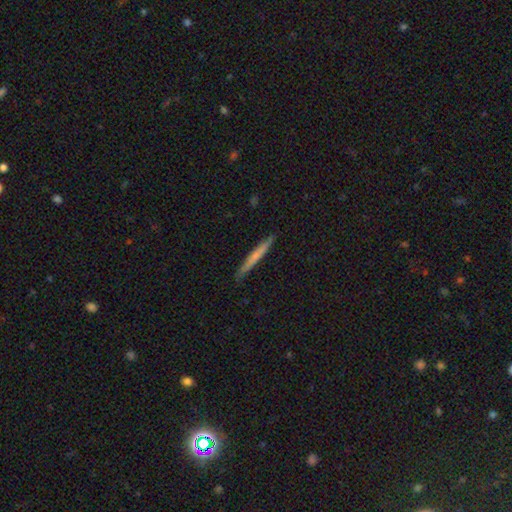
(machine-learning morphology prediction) type=smooth (61%); roundness=cigar-shaped (96%); merging=none (89%).